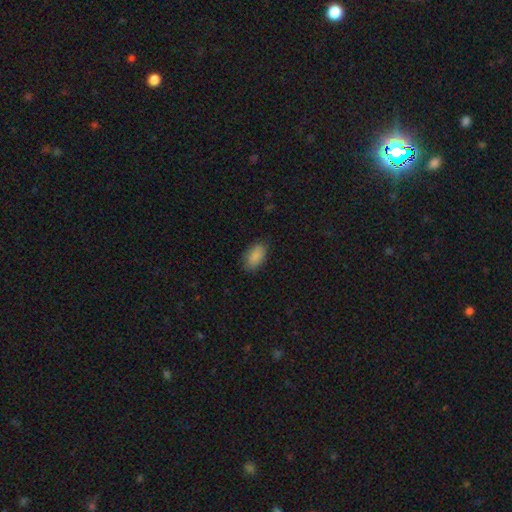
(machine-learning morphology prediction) A smooth galaxy with no disk features (88%) that is in between round and cigar-shaped (92%). Merging: none (80%).